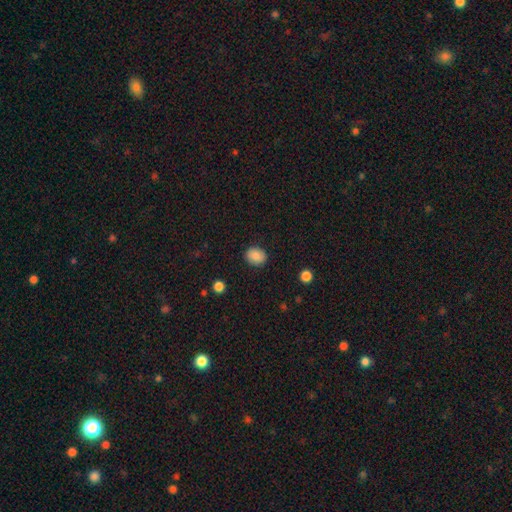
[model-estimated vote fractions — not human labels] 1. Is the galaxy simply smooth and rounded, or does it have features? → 86% smooth, 8% star or artifact, 6% featured or disk.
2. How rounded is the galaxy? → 58% round, 41% in between, 1% cigar-shaped.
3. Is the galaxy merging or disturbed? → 88% none, 9% minor disturbance, 2% major disturbance, 1% merger.